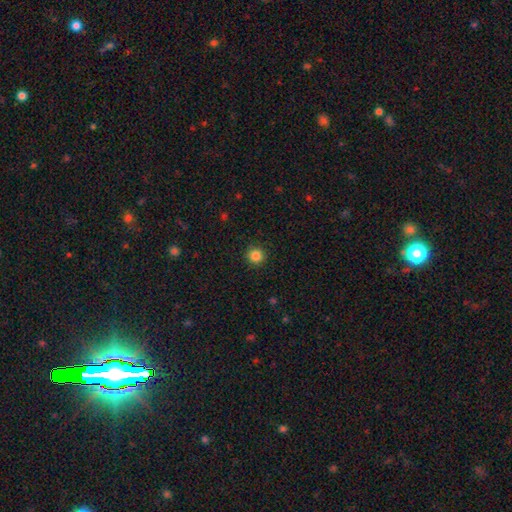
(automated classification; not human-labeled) The model was most divided on "smooth or featured": smooth: 85%, star or artifact: 11%, featured or disk: 4%. More confident: how rounded — round (95%); merging — none (92%).